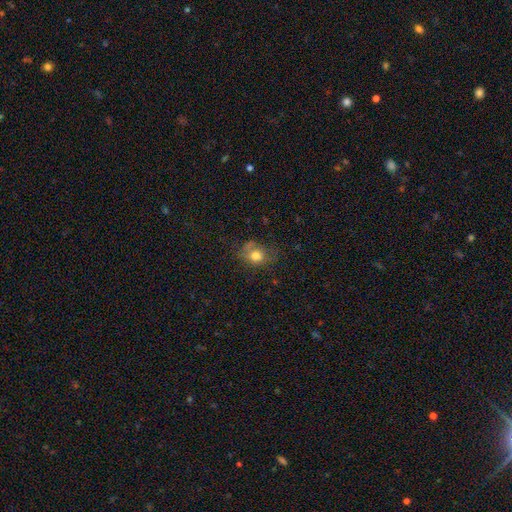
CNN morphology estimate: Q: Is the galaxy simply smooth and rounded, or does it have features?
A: smooth — 75%.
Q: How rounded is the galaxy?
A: round — 56%.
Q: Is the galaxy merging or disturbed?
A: none — 52%.